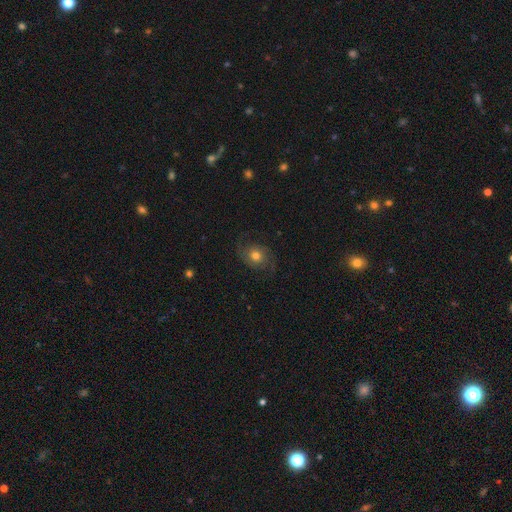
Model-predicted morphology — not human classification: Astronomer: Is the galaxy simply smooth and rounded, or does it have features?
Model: featured or disk — 67%.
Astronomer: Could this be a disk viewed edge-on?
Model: no — 97%.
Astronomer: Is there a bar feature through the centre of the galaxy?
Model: no — 79%.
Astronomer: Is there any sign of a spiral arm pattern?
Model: yes — 92%.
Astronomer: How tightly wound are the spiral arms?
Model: medium — 43% (runner-up: loose, 41%).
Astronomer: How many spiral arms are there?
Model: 2 — 91%.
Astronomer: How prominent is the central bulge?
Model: moderate — 67%.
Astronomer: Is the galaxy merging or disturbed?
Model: none — 73%.